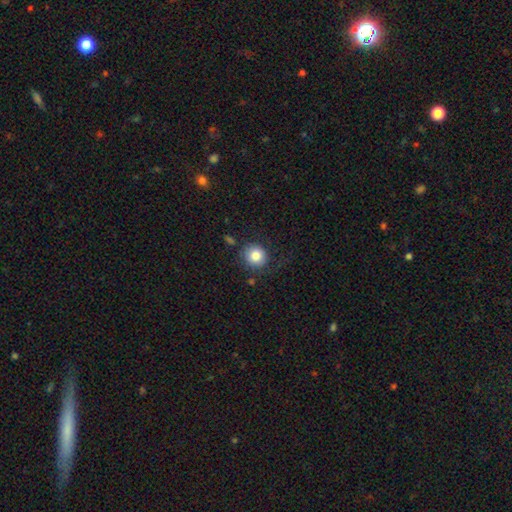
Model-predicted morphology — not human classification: Smooth or featured? Predicted: smooth (p=0.83). How rounded? Predicted: round (p=0.90). Merging? Predicted: none (p=0.79).